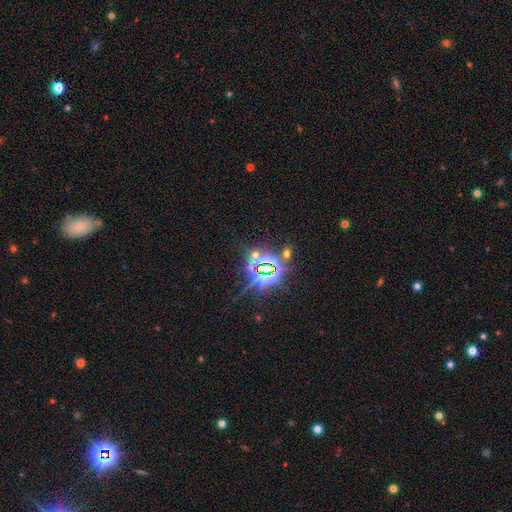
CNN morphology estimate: Smooth or featured? Predicted: star or artifact (p=0.81).